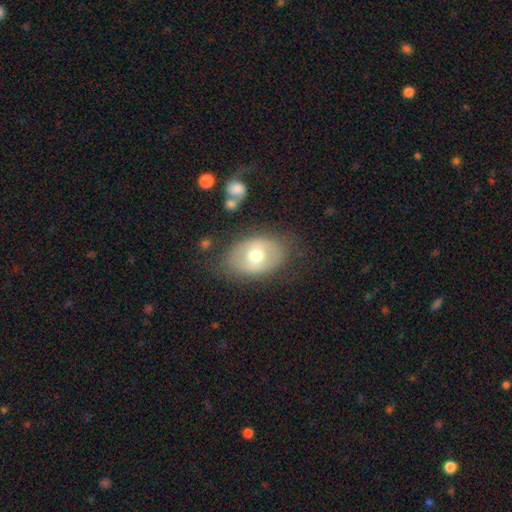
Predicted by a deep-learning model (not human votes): A smooth galaxy with no disk features (51%) that is in between round and cigar-shaped (77%).

Vote fractions:
- Smooth or featured? smooth: 51% / featured or disk: 42% / star or artifact: 7%
- How rounded? in between: 77% / round: 22% / cigar-shaped: 1%
- Merging? none: 75% / minor disturbance: 16% / major disturbance: 7% / merger: 3%